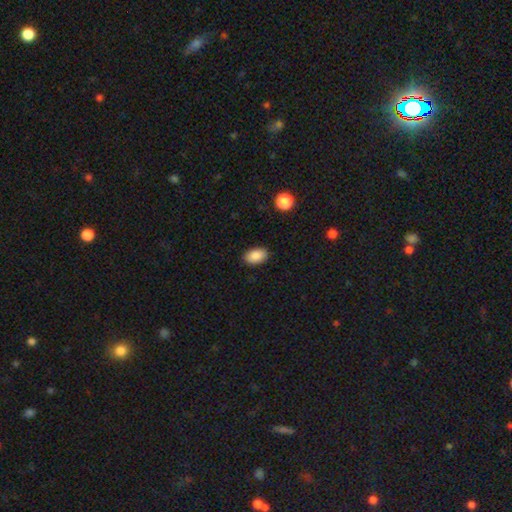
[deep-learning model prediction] Morphology: type=smooth (88%); roundness=in between (91%); merging=none (88%).